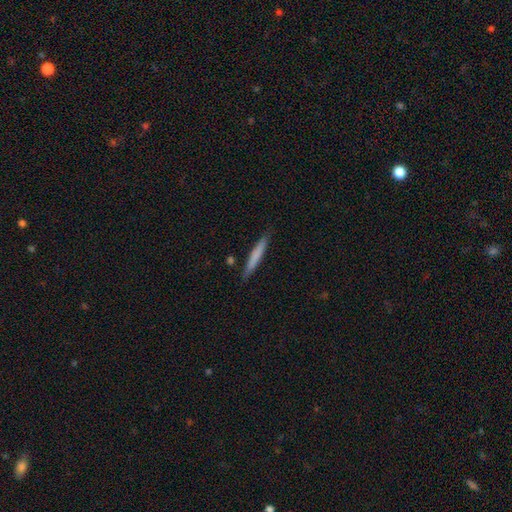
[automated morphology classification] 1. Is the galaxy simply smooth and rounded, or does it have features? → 72% smooth, 23% featured or disk, 5% star or artifact.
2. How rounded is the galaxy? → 95% cigar-shaped, 4% in between, 1% round.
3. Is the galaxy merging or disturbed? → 87% none, 10% minor disturbance, 2% merger, 2% major disturbance.